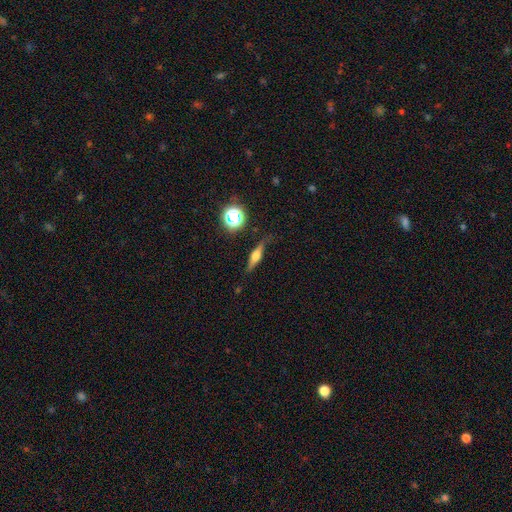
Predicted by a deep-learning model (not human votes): This is possibly a featured or disk galaxy (57%). It is clearly viewed edge-on (92%). Edge-on bulge: clearly rounded (90%). Merging: likely none (74%).